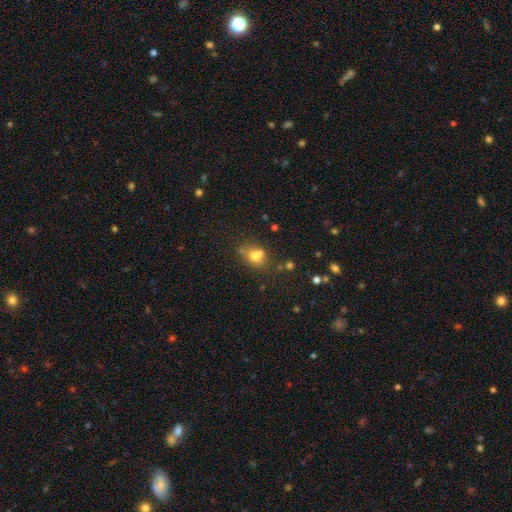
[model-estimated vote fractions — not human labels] The model was most divided on "merging": none: 46%, merger: 33%, minor disturbance: 14%, major disturbance: 6%. More confident: smooth or featured — smooth (68%); how rounded — round (59%).